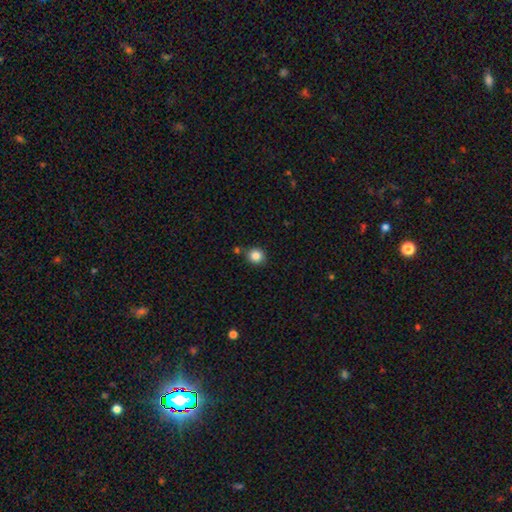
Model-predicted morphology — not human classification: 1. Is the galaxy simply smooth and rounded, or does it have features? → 85% smooth, 11% star or artifact, 5% featured or disk.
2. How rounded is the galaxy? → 88% round, 11% in between, 1% cigar-shaped.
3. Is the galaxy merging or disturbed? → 81% none, 9% minor disturbance, 7% merger, 2% major disturbance.